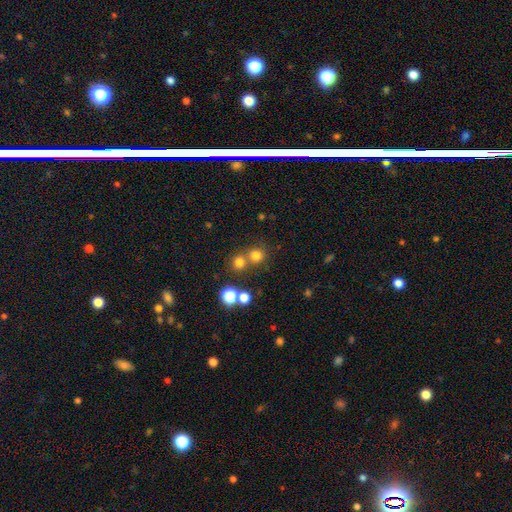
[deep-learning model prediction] Smooth or featured? Predicted: smooth (p=0.73). How rounded? Predicted: round (p=0.89). Merging? Predicted: none (p=0.60).